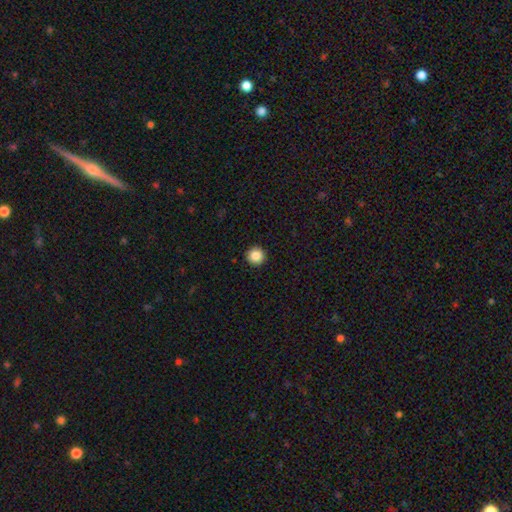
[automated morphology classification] smooth 86%, star or artifact 10%, featured or disk 4%. Down the decision tree: how rounded — round (96%); merging — none (94%).